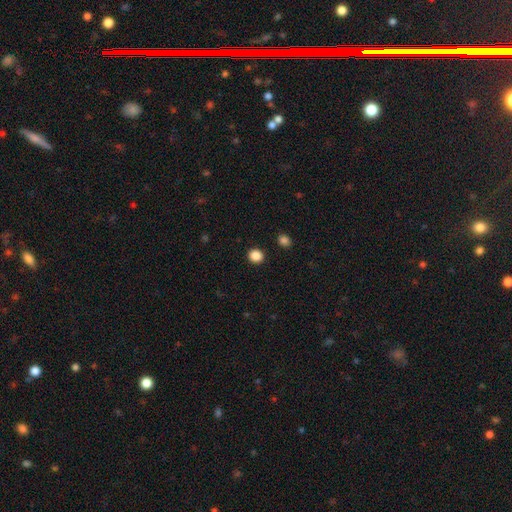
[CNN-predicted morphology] smooth_or_featured: smooth (p=0.87) [alt: star or artifact p=0.11]
how_rounded: round (p=0.86) [alt: in between p=0.13]
merging: none (p=0.92) [alt: minor disturbance p=0.05]